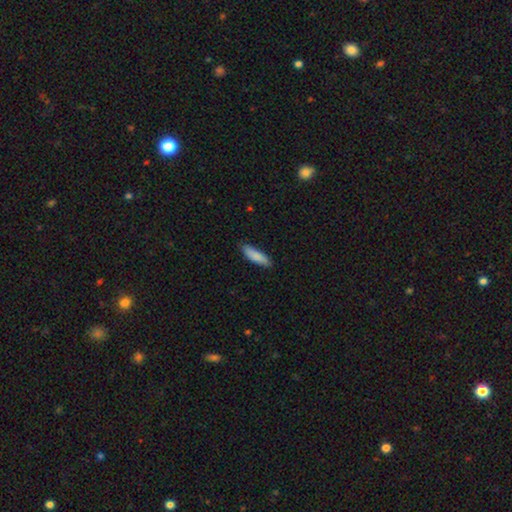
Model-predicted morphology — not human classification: Q: Smooth or featured?
A: smooth (84%); runner-up: featured or disk (10%)
Q: How rounded?
A: cigar-shaped (64%); runner-up: in between (35%)
Q: Merging?
A: none (84%); runner-up: minor disturbance (13%)